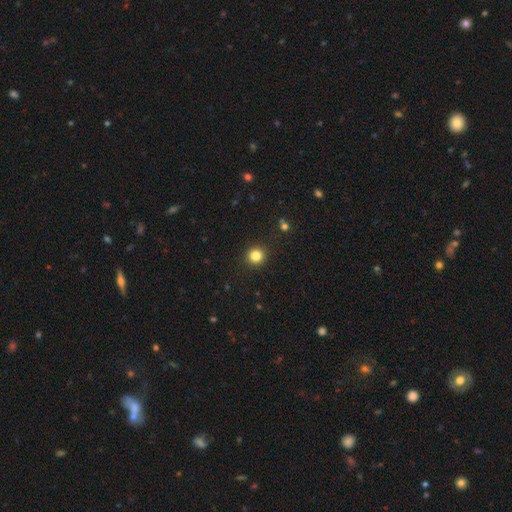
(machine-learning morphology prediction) type=smooth (84%); roundness=round (92%); merging=none (91%).